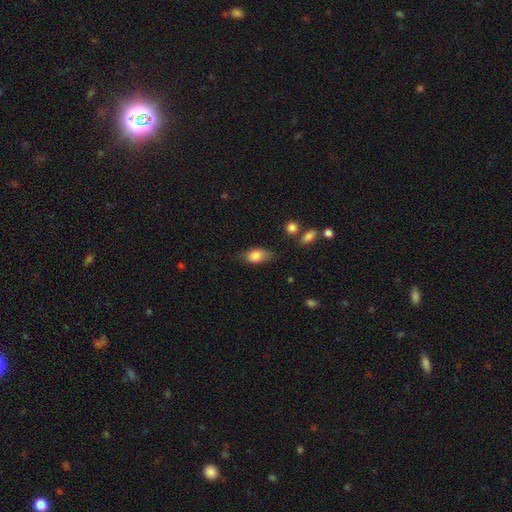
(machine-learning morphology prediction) A smooth galaxy with no disk features (83%) that is in between round and cigar-shaped (87%). Merging: none (68%).